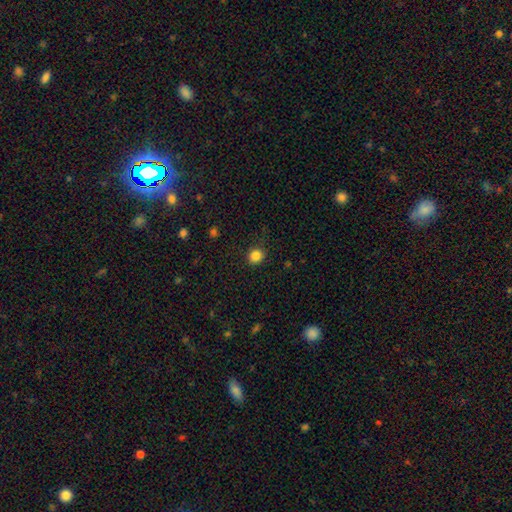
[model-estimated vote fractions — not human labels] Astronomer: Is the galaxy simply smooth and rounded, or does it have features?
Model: smooth — 85%.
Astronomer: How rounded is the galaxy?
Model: round — 82%.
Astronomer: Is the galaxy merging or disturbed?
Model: none — 87%.